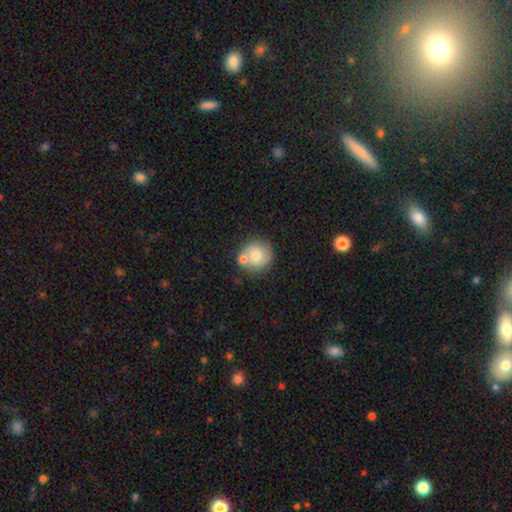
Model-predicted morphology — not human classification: This appears to be a smooth galaxy with no disk features (73%) that is round (88%). Merging: none (56%).